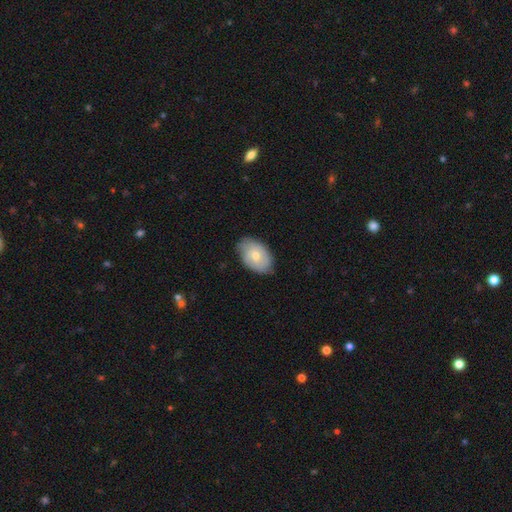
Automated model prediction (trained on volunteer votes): Q: Smooth or featured?
A: smooth (63%); runner-up: featured or disk (31%)
Q: How rounded?
A: in between (87%); runner-up: round (12%)
Q: Merging?
A: none (73%); runner-up: minor disturbance (23%)